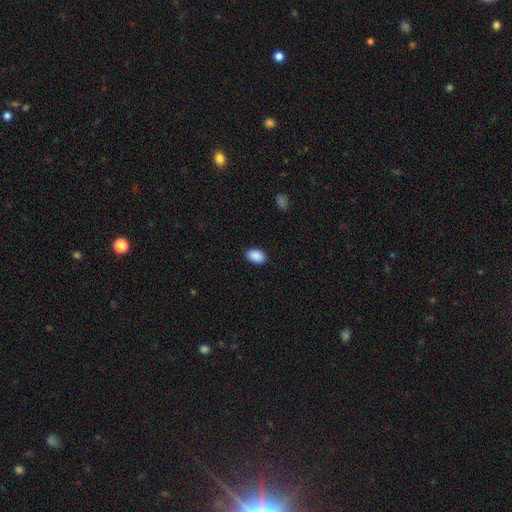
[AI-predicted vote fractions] Q: Smooth or featured?
A: smooth (90%); runner-up: star or artifact (7%)
Q: How rounded?
A: in between (90%); runner-up: round (8%)
Q: Merging?
A: none (89%); runner-up: minor disturbance (8%)